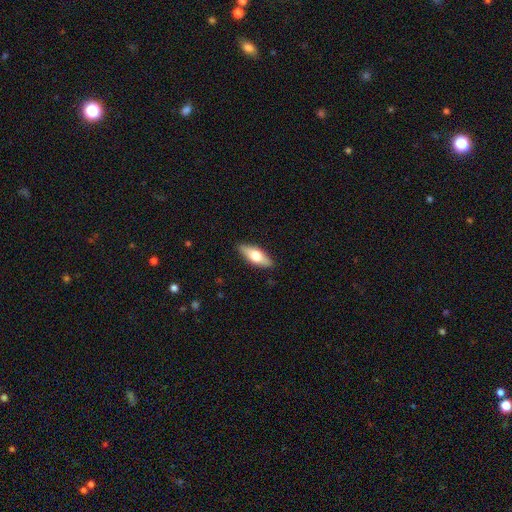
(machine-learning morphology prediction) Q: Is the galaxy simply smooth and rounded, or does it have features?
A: smooth — 57%.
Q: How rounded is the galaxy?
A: in between — 68%.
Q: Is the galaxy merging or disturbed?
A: none — 88%.